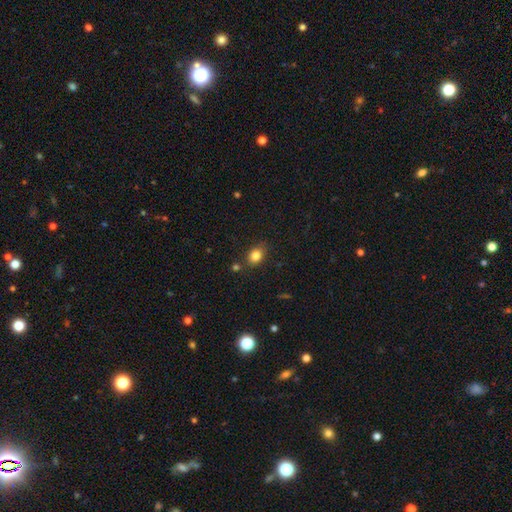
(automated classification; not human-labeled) Q: Smooth or featured?
A: smooth (83%); runner-up: star or artifact (11%)
Q: How rounded?
A: in between (63%); runner-up: round (35%)
Q: Merging?
A: none (78%); runner-up: minor disturbance (14%)